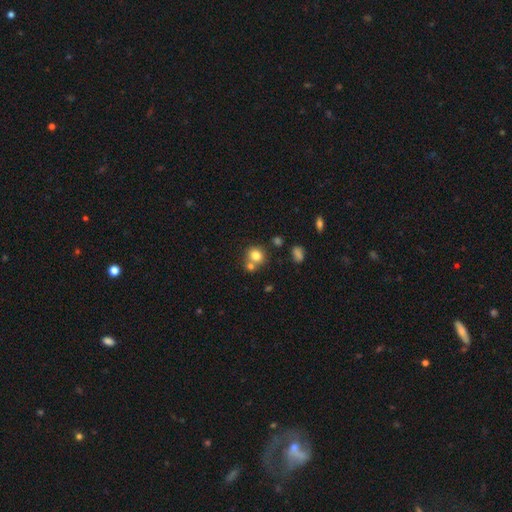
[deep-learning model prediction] A smooth galaxy with no disk features (78%) that is round (82%). Merging: none (55%).